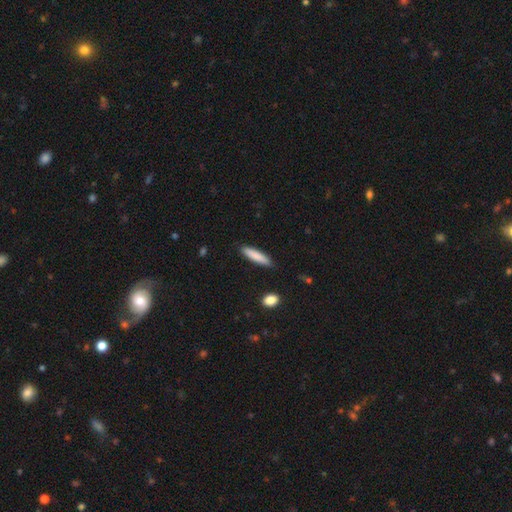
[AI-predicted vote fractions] Q: Smooth or featured?
A: smooth (83%); runner-up: featured or disk (11%)
Q: How rounded?
A: cigar-shaped (84%); runner-up: in between (15%)
Q: Merging?
A: none (88%); runner-up: minor disturbance (9%)